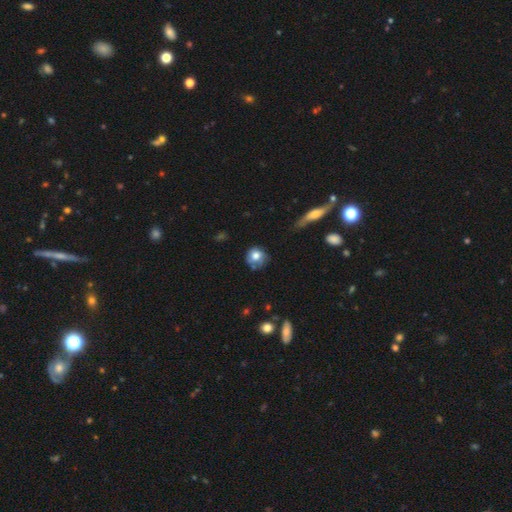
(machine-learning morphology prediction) smooth_or_featured: smooth (p=0.70) [alt: featured or disk p=0.21]
how_rounded: round (p=0.82) [alt: in between p=0.17]
merging: none (p=0.56) [alt: minor disturbance p=0.29]